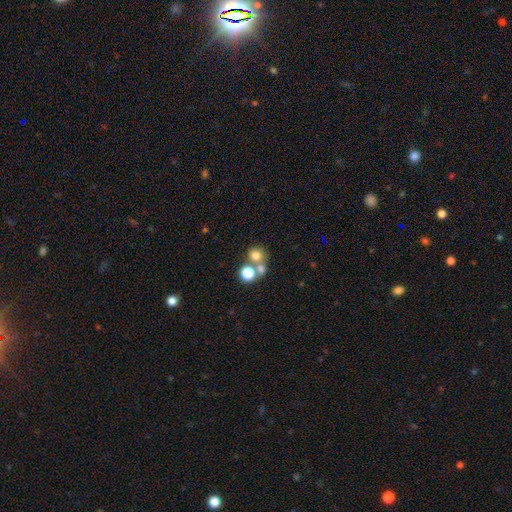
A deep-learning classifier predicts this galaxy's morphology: Smooth or featured?
  - smooth: 70% *
  - star or artifact: 17%
  - featured or disk: 14%
How rounded?
  - round: 84% *
  - in between: 15%
  - cigar-shaped: 1%
Merging?
  - none: 47% *
  - merger: 42%
  - minor disturbance: 7%
  - major disturbance: 5%